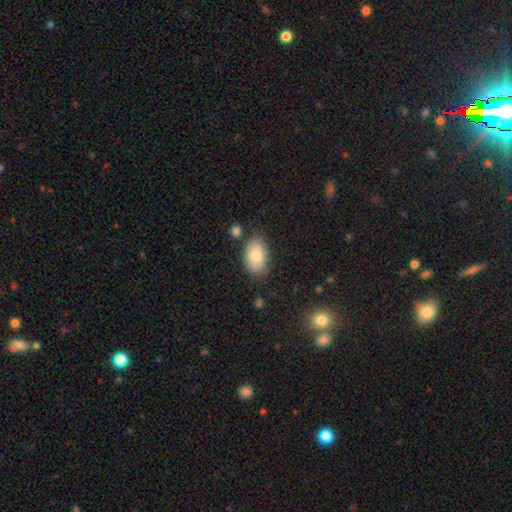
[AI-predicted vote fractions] A smooth galaxy with no disk features (81%) that is in between round and cigar-shaped (91%). Merging: none (77%).